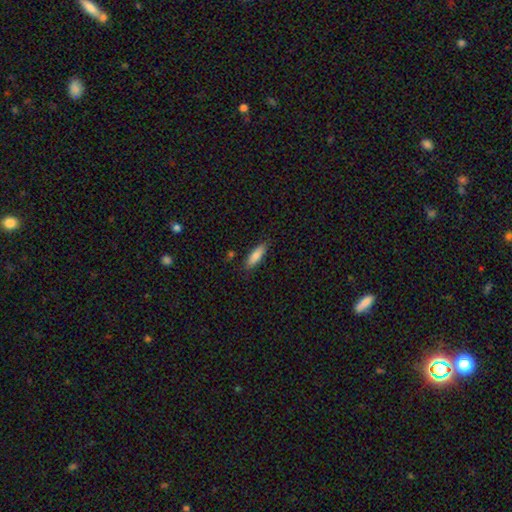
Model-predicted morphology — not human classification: Smooth or featured? smooth (85%)
How rounded? cigar-shaped (49%, tied with in between)
Merging? none (84%)